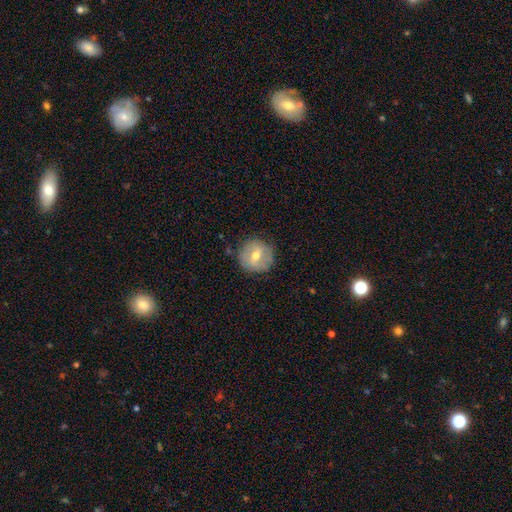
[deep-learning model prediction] Smooth or featured? smooth (52%)
How rounded? round (93%)
Merging? none (82%)